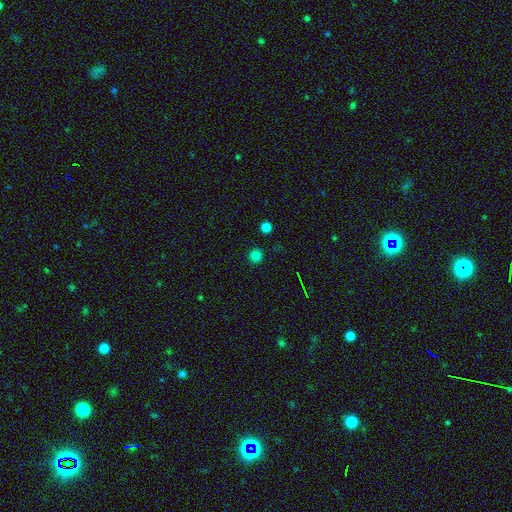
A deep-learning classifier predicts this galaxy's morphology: A smooth galaxy with no disk features (79%) that is round (94%).

Vote fractions:
- Smooth or featured? smooth: 79% / star or artifact: 17% / featured or disk: 4%
- How rounded? round: 94% / in between: 5% / cigar-shaped: 1%
- Merging? none: 90% / minor disturbance: 6% / merger: 2% / major disturbance: 2%